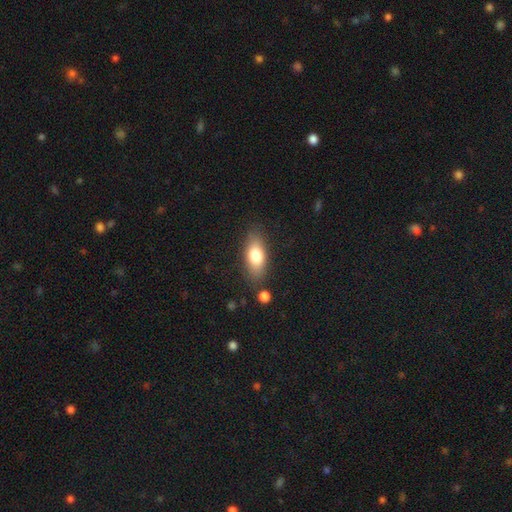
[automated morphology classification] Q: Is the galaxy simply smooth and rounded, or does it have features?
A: smooth — 77%.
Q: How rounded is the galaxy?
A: in between — 80%.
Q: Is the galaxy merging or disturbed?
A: none — 79%.